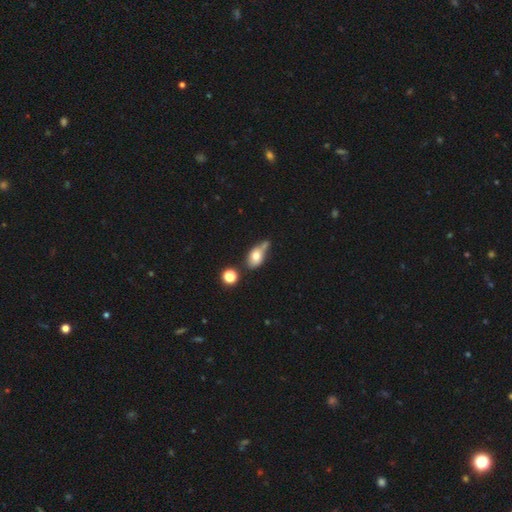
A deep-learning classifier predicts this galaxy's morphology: smooth_or_featured: smooth (p=0.67) [alt: featured or disk p=0.22]
how_rounded: in between (p=0.75) [alt: round p=0.19]
merging: none (p=0.35) [alt: merger p=0.27]